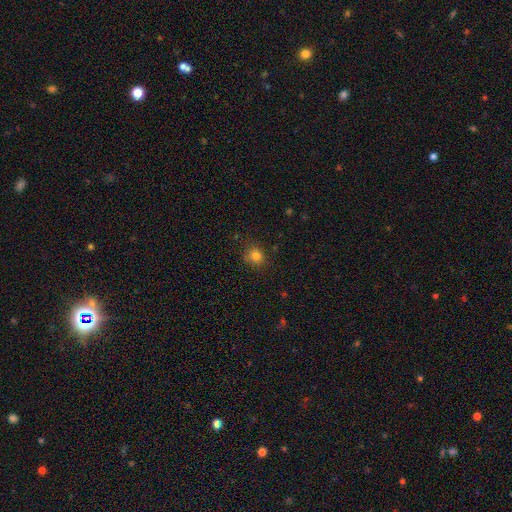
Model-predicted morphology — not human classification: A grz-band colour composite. It shows a smooth galaxy with no disk features (81%) that is round (83%). Merging: none (82%).